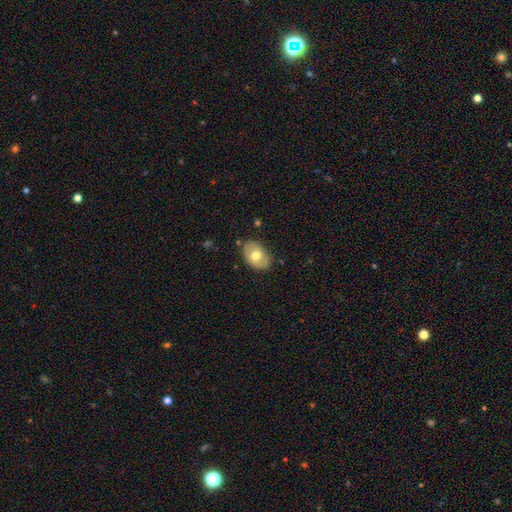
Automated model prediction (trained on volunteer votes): Morphology: type=smooth (66%); roundness=in between (86%); merging=none (78%).